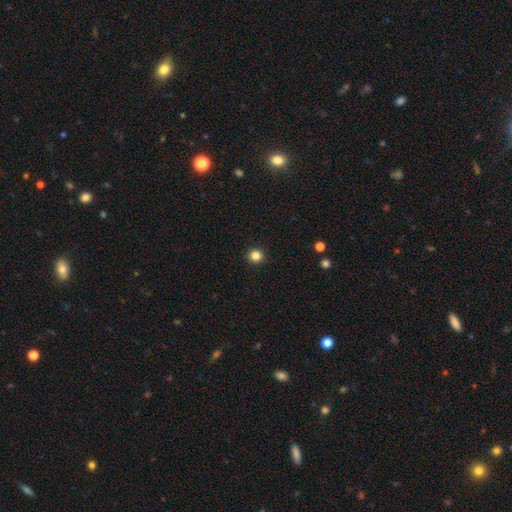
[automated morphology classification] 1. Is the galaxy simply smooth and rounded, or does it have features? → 83% smooth, 12% star or artifact, 4% featured or disk.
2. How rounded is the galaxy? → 91% round, 8% in between, 1% cigar-shaped.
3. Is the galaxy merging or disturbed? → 93% none, 5% minor disturbance, 2% major disturbance, 1% merger.